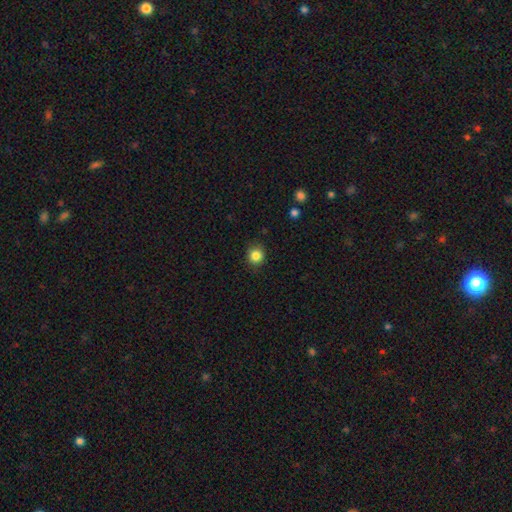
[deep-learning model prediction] Q: Smooth or featured?
A: smooth (85%); runner-up: star or artifact (11%)
Q: How rounded?
A: round (90%); runner-up: in between (9%)
Q: Merging?
A: none (87%); runner-up: minor disturbance (9%)